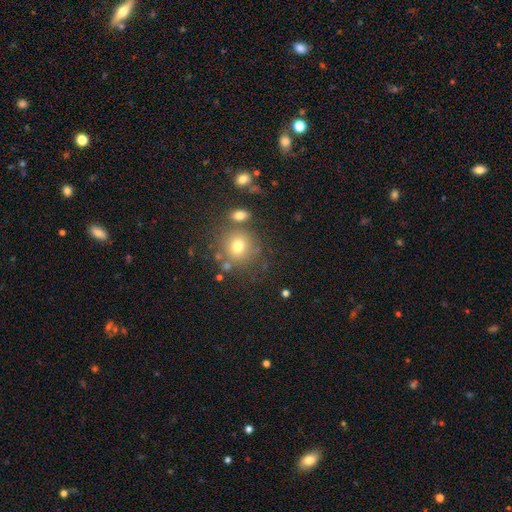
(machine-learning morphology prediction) A smooth galaxy with no disk features (54%) that is round (90%). Merging: none (75%).